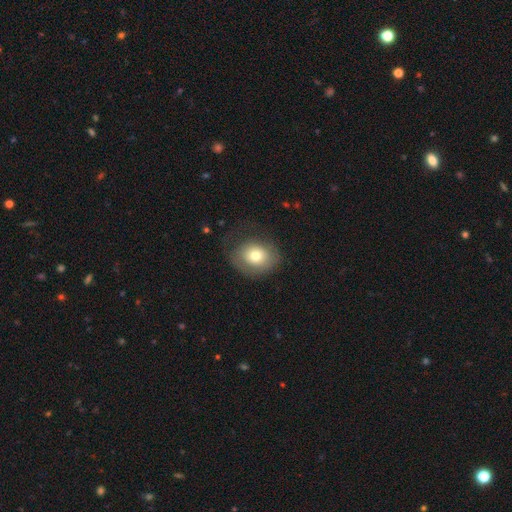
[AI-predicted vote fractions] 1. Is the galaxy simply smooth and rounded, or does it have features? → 70% smooth, 21% featured or disk, 9% star or artifact.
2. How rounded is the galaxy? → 56% round, 43% in between, 1% cigar-shaped.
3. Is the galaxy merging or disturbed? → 59% none, 22% minor disturbance, 18% major disturbance, 1% merger.